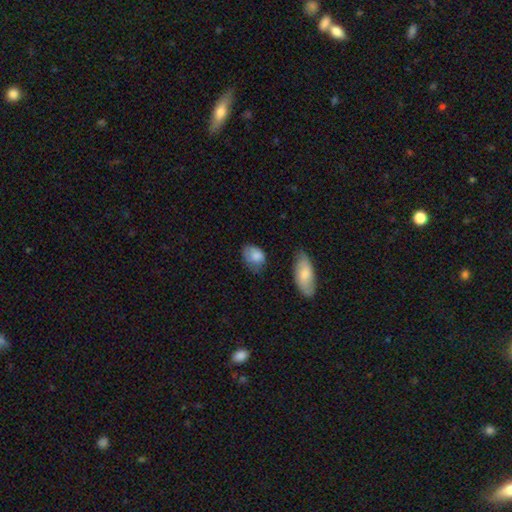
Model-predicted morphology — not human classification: type=smooth (78%); roundness=in between (79%); merging=none (44%).